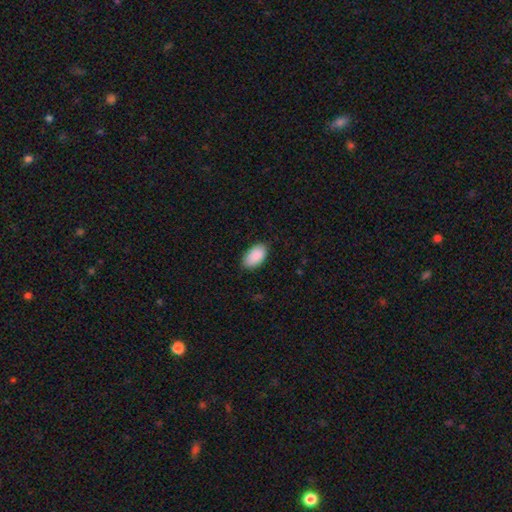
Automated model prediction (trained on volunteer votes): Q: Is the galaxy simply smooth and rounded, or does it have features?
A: smooth — 90%.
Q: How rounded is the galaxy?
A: in between — 95%.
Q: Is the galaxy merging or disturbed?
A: none — 84%.